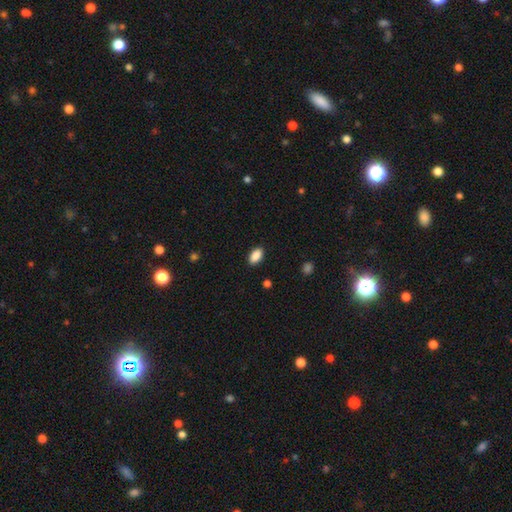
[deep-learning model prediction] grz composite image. It shows a smooth galaxy with no disk features (89%) that is in between round and cigar-shaped (92%). Merging: none (88%).